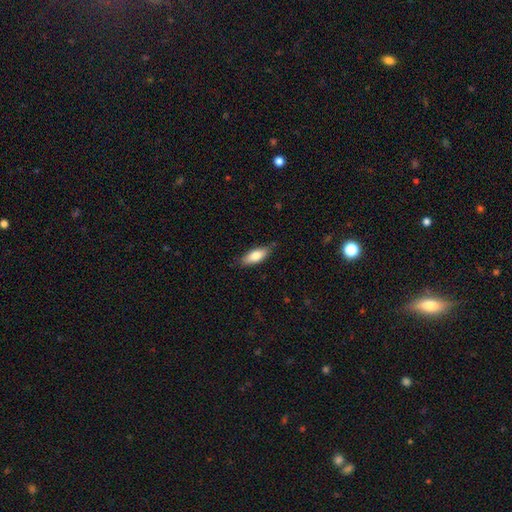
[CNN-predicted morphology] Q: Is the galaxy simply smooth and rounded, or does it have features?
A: smooth — 75%.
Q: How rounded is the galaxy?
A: in between — 74%.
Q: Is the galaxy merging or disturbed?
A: none — 80%.